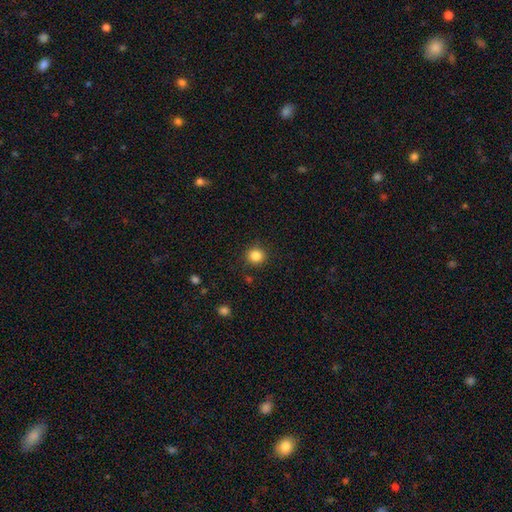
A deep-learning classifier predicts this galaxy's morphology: type=smooth (85%); roundness=round (91%); merging=none (89%).